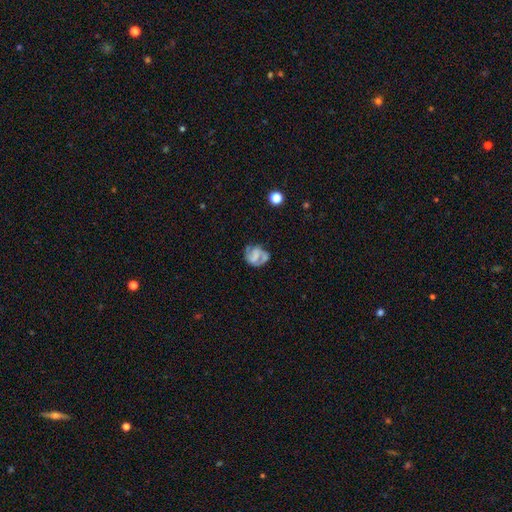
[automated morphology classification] This appears to be a featured or disk galaxy (66%) with no bar (38%), 2 (71%) medium (44%) spiral arms (80%) and no central bulge (56%). Merging: none (55%).